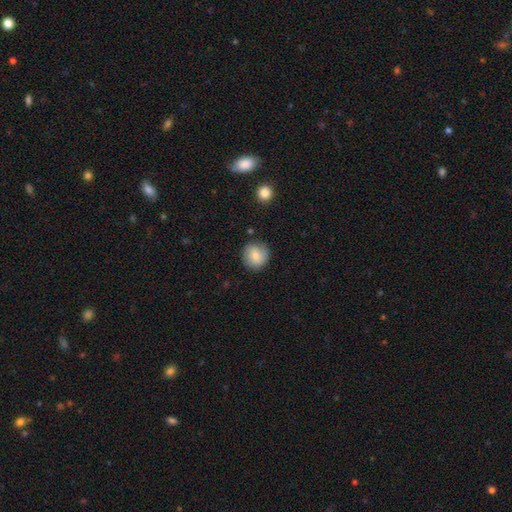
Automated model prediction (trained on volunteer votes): Smooth or featured: smooth — 77% (featured or disk — 15%)
How rounded: round — 92% (in between — 7%)
Merging: none — 83% (minor disturbance — 12%)